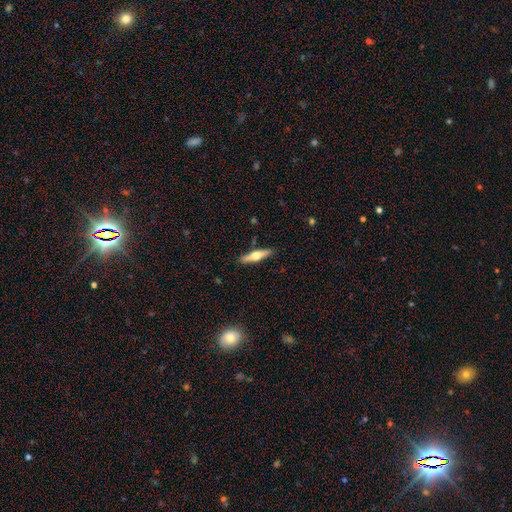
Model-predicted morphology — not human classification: Smooth or featured: featured or disk — 52% (smooth — 43%)
Edge-on disk: yes — 93% (no — 7%)
Merging: none — 89% (minor disturbance — 8%)